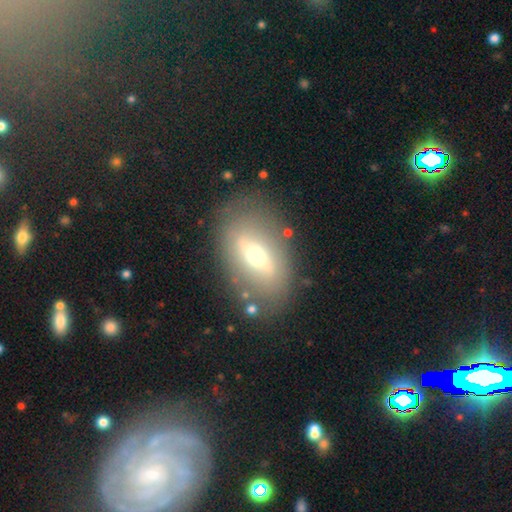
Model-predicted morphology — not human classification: featured or disk 51%, smooth 40%, star or artifact 9%. Down the decision tree: edge-on disk — no (80%); merging — none (78%).